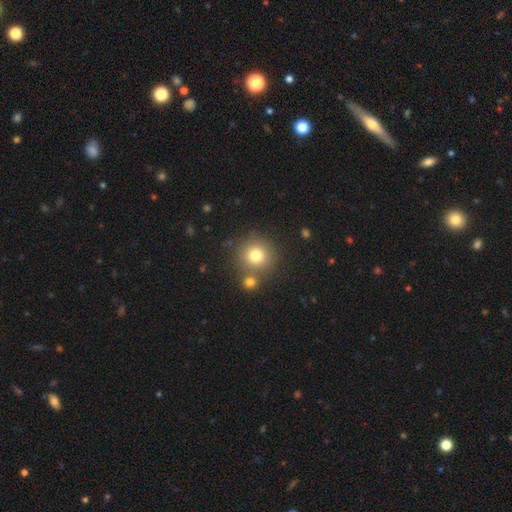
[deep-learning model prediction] Overall: smooth (77%). How rounded: round (93%). Merging: none (73%).